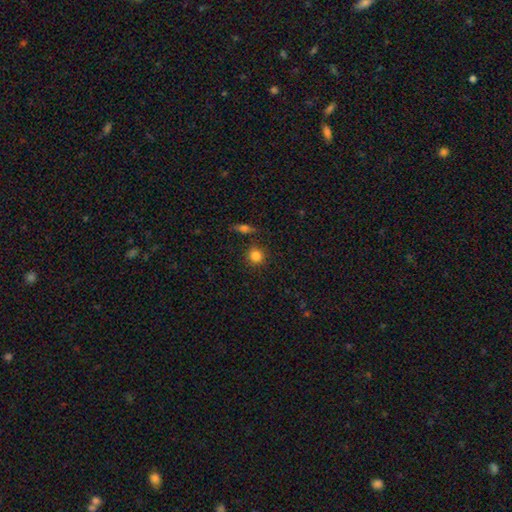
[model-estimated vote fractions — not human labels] Smooth or featured? smooth (83%)
How rounded? round (90%)
Merging? none (84%)